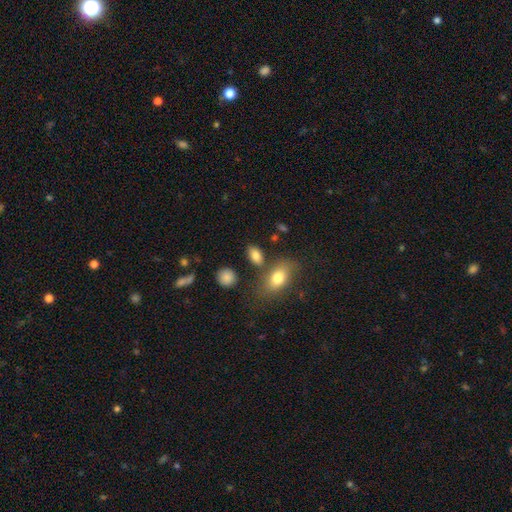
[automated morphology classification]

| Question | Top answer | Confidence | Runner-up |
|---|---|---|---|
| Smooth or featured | smooth | 82% | star or artifact (9%) |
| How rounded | in between | 87% | round (10%) |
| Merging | none | 74% | minor disturbance (12%) |